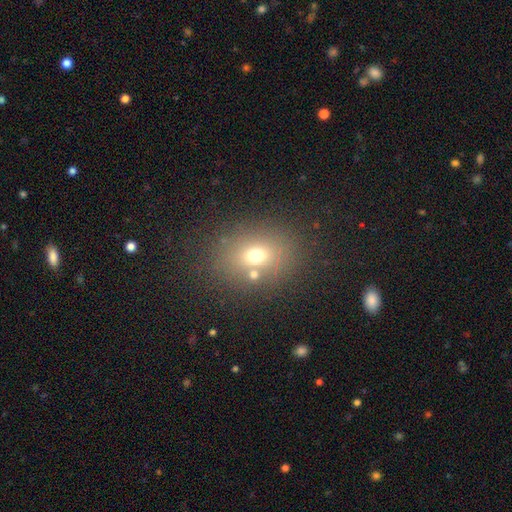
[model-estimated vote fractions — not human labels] A smooth galaxy with no disk features (67%) that is in between round and cigar-shaped (58%).

Vote fractions:
- Smooth or featured? smooth: 67% / star or artifact: 18% / featured or disk: 16%
- How rounded? in between: 58% / round: 41% / cigar-shaped: 1%
- Merging? none: 71% / merger: 12% / minor disturbance: 12% / major disturbance: 6%